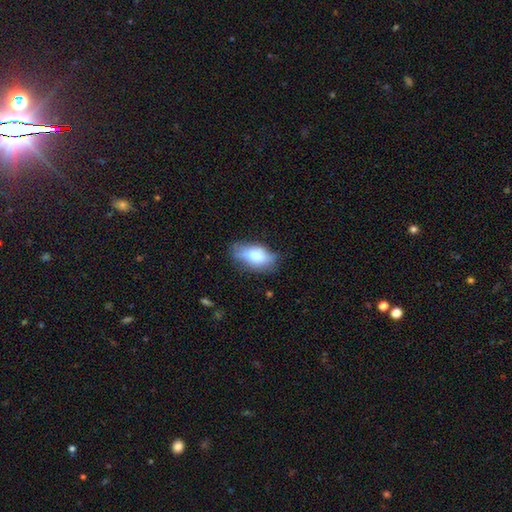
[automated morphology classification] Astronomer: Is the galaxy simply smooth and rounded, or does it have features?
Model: smooth — 75%.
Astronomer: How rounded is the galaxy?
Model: in between — 90%.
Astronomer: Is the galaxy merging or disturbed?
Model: none — 61%.